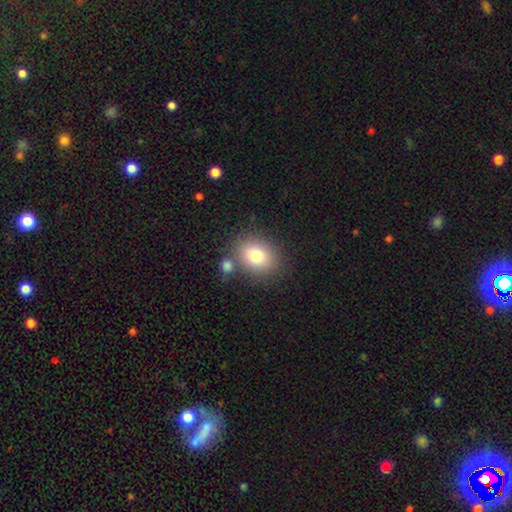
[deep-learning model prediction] Q: Smooth or featured?
A: smooth (79%); runner-up: featured or disk (11%)
Q: How rounded?
A: round (54%); runner-up: in between (45%)
Q: Merging?
A: none (71%); runner-up: merger (13%)